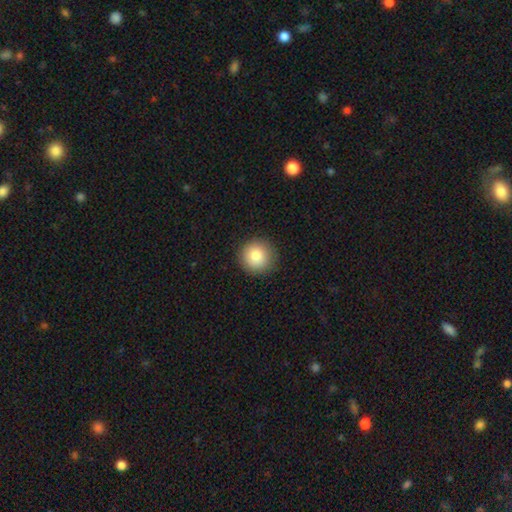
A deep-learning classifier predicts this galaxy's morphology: smooth 84%, star or artifact 9%, featured or disk 7%. Down the decision tree: how rounded — round (94%); merging — none (90%).